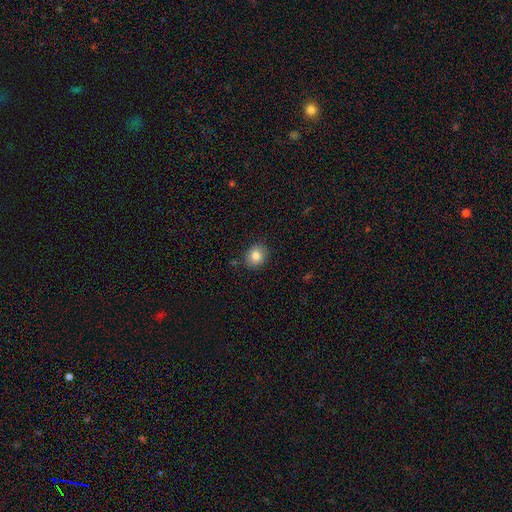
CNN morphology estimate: This is clearly a smooth galaxy (84%). How rounded: likely round (65%). Merging: clearly none (87%).